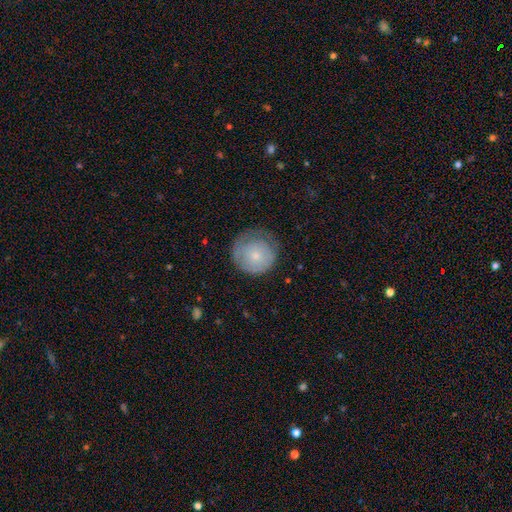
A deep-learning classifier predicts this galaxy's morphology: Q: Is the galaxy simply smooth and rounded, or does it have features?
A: smooth — 62%.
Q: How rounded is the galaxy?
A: round — 93%.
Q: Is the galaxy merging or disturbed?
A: none — 59%.